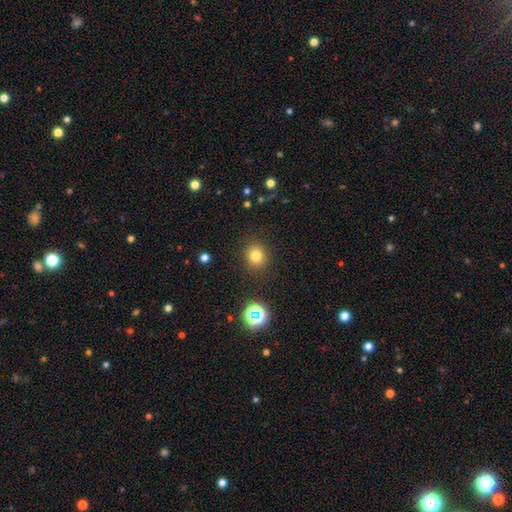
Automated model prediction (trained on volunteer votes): smooth 78%, star or artifact 15%, featured or disk 7%. Down the decision tree: how rounded — round (86%); merging — none (89%).